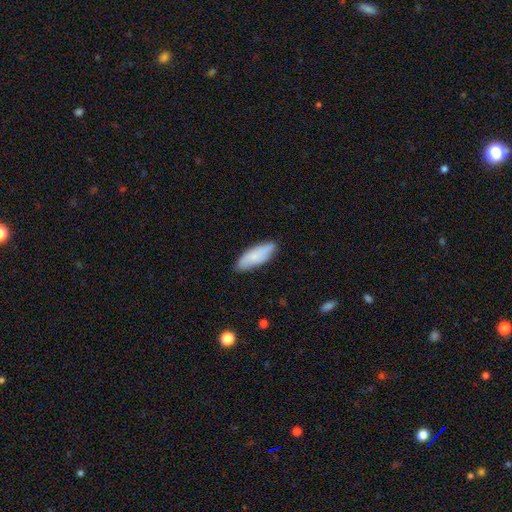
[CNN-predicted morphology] A smooth galaxy with no disk features (77%) that is in between round and cigar-shaped (60%).

Vote fractions:
- Smooth or featured? smooth: 77% / featured or disk: 17% / star or artifact: 6%
- How rounded? in between: 60% / cigar-shaped: 38% / round: 2%
- Merging? none: 83% / minor disturbance: 14% / major disturbance: 2% / merger: 1%